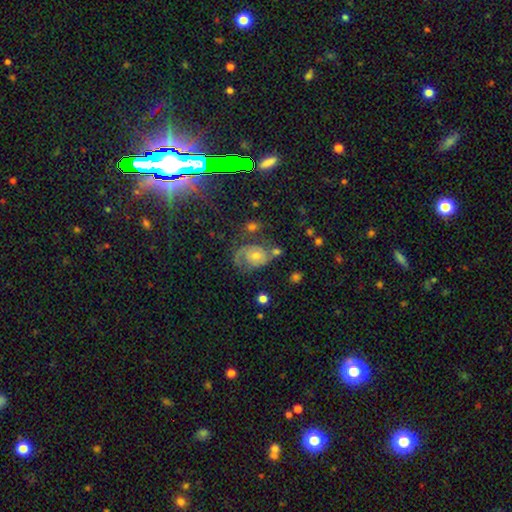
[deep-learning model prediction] Morphology: type=featured or disk (64%); edge-on=no (97%); bar=no (77%); spiral arms=yes (87%); winding=tight (47%); arm count=2 (41%); bulge=moderate (49%); merging=none (51%).